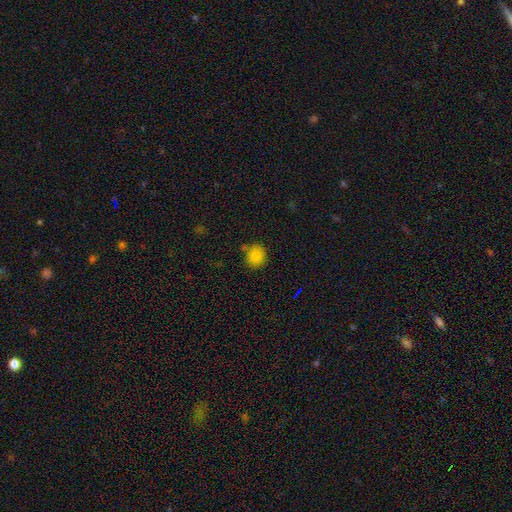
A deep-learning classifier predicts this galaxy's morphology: smooth-or-featured: smooth: 84% | star or artifact: 11% | featured or disk: 4%
  how-rounded: round: 77% | in between: 22% | cigar-shaped: 1%
  merging: none: 73% | minor disturbance: 13% | merger: 10% | major disturbance: 4%